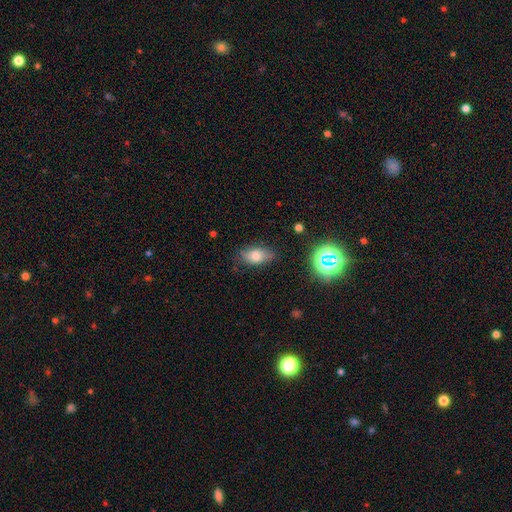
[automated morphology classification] smooth_or_featured: smooth (p=0.70) [alt: featured or disk p=0.17]
how_rounded: in between (p=0.86) [alt: round p=0.08]
merging: none (p=0.71) [alt: minor disturbance p=0.22]